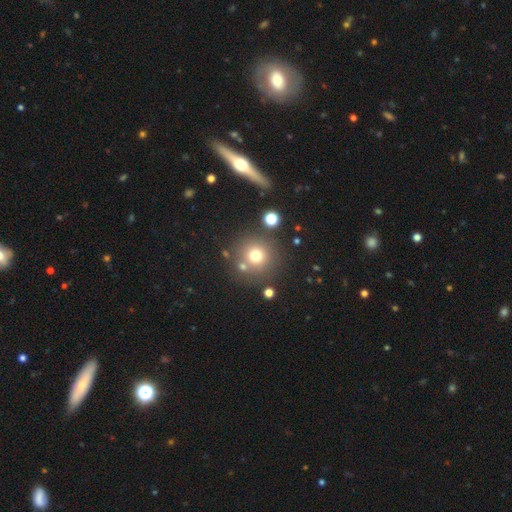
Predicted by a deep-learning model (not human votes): This is likely a smooth galaxy (72%). How rounded: clearly round (94%). Merging: likely none (77%).